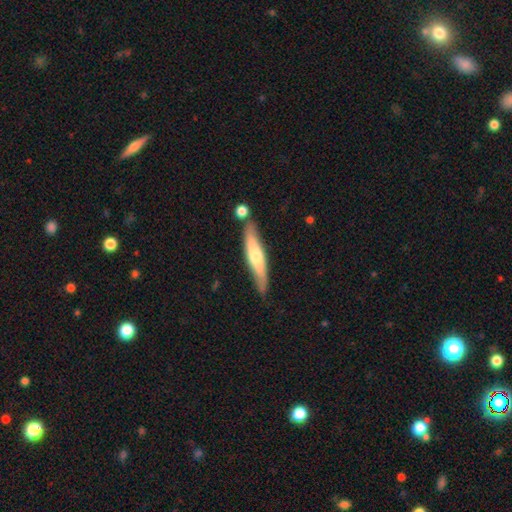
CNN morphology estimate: type=featured or disk (50%); edge-on=yes (84%); merging=none (72%).